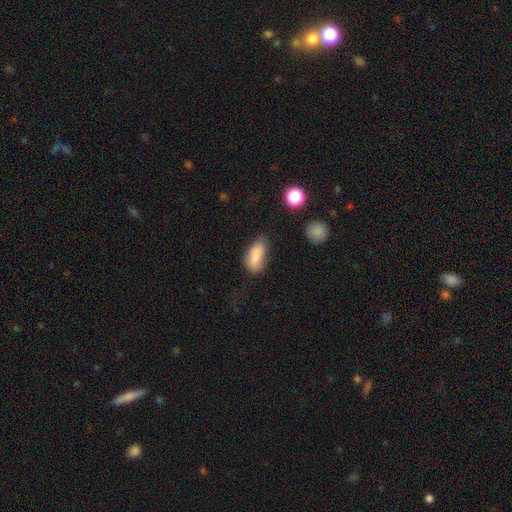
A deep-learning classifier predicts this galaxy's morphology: Smooth or featured? Predicted: smooth (p=0.84). How rounded? Predicted: in between (p=0.89). Merging? Predicted: none (p=0.49).